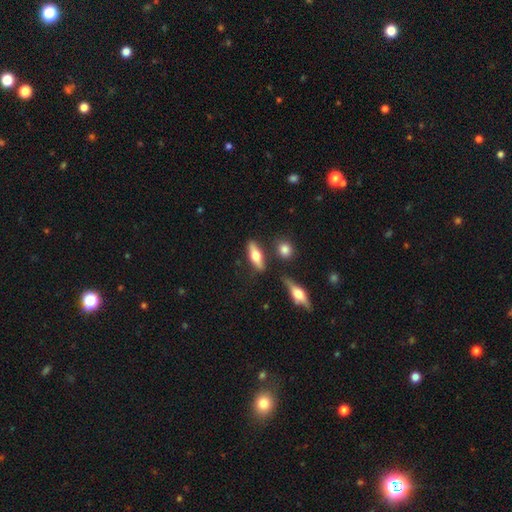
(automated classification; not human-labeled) Q: Smooth or featured?
A: smooth (52%); runner-up: featured or disk (42%)
Q: How rounded?
A: in between (51%); runner-up: cigar-shaped (45%)
Q: Merging?
A: none (76%); runner-up: minor disturbance (12%)